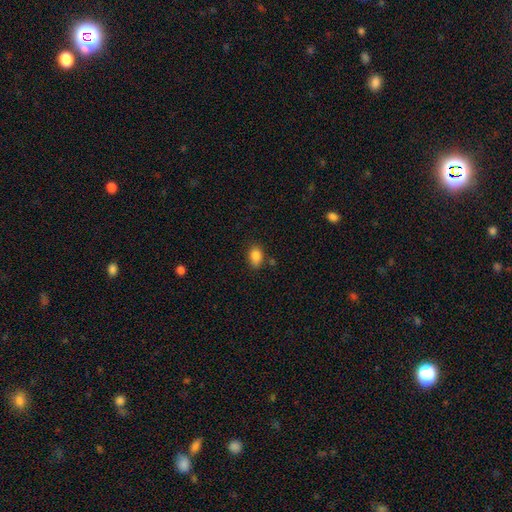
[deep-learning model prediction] smooth 86%, star or artifact 9%, featured or disk 5%. Down the decision tree: how rounded — in between (83%); merging — none (76%).